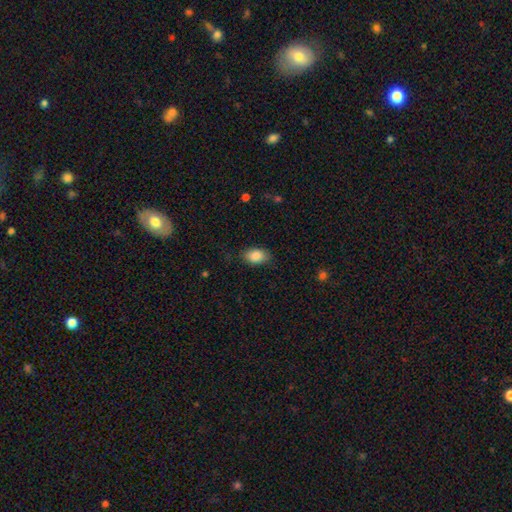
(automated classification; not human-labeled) smooth_or_featured: smooth (p=0.87) [alt: star or artifact p=0.07]
how_rounded: in between (p=0.89) [alt: round p=0.09]
merging: none (p=0.83) [alt: minor disturbance p=0.13]